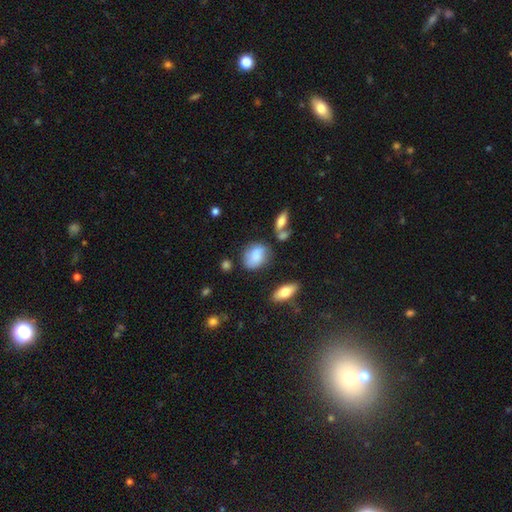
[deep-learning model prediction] Overall: smooth (76%). How rounded: in between (66%; round 32%). Merging: none (62%; minor disturbance 24%).